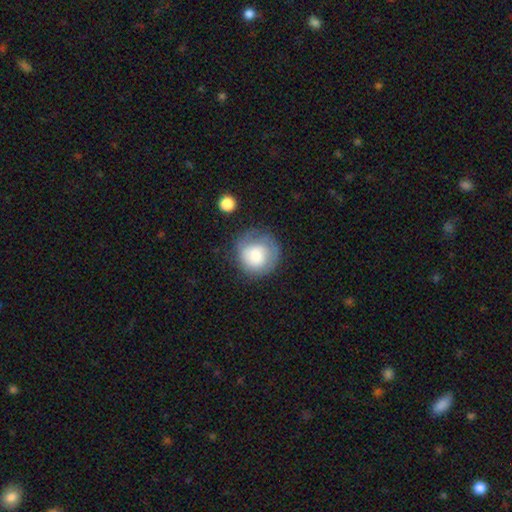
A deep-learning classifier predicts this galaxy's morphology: Smooth or featured? smooth (67%)
How rounded? round (89%)
Merging? none (59%)